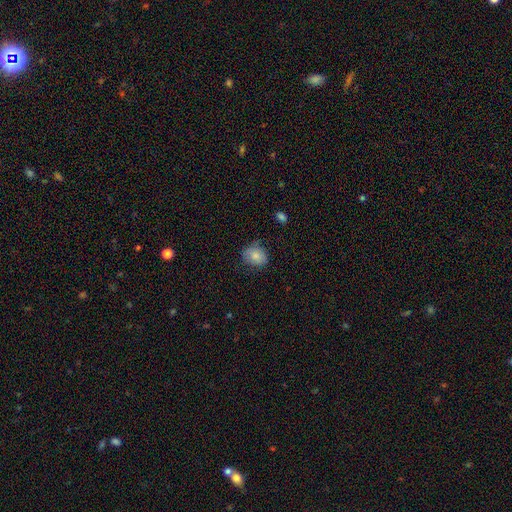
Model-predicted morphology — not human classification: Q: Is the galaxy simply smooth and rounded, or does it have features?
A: smooth — 81%.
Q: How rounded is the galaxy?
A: in between — 51%.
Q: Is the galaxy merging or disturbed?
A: none — 71%.